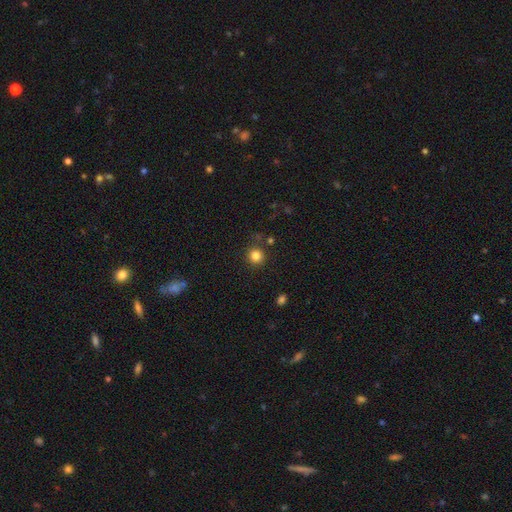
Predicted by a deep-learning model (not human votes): Overall: smooth (83%). How rounded: round (92%). Merging: none (85%).